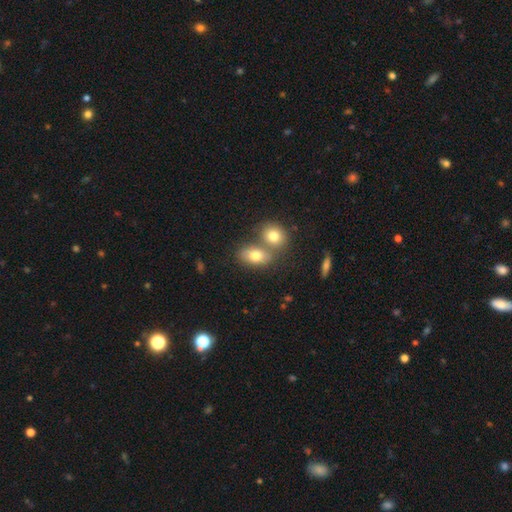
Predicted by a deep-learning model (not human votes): A smooth galaxy with no disk features (76%) that is in between round and cigar-shaped (75%). Merging: merger (46%).